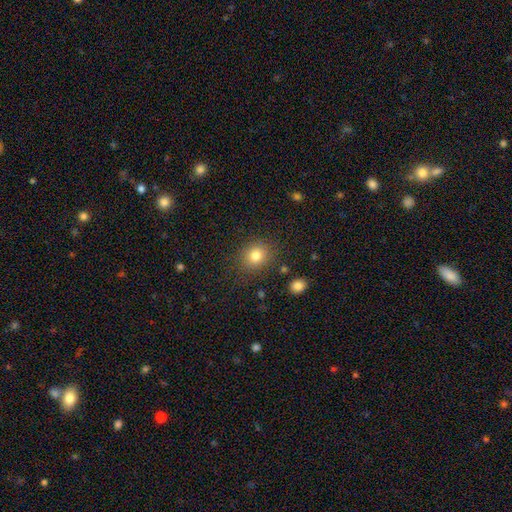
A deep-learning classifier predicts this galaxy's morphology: Smooth or featured: smooth — 81% (star or artifact — 12%)
How rounded: round — 75% (in between — 24%)
Merging: none — 84% (minor disturbance — 9%)